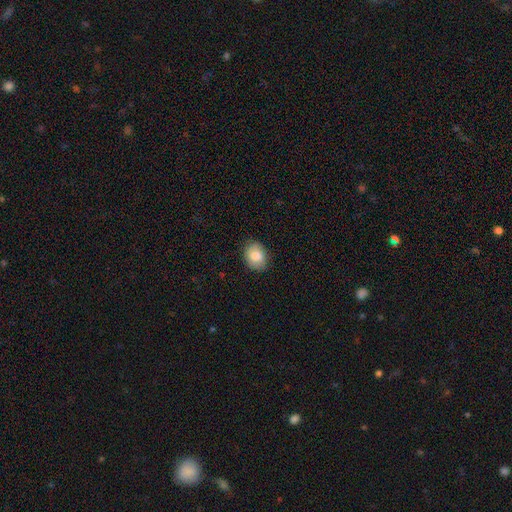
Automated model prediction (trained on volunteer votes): A smooth galaxy with no disk features (83%) that is in between round and cigar-shaped (56%).

Vote fractions:
- Smooth or featured? smooth: 83% / featured or disk: 10% / star or artifact: 8%
- How rounded? in between: 56% / round: 43% / cigar-shaped: 1%
- Merging? none: 83% / minor disturbance: 13% / major disturbance: 3% / merger: 1%